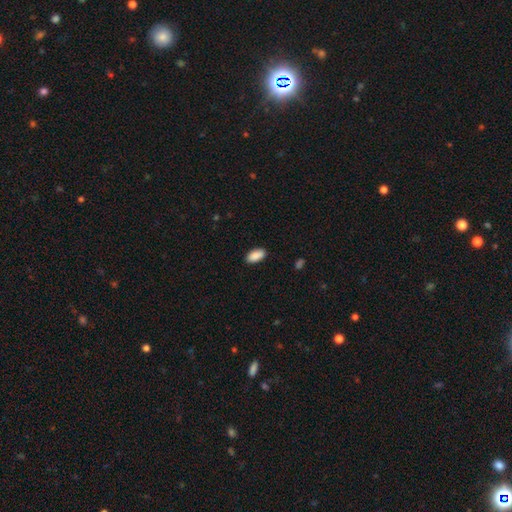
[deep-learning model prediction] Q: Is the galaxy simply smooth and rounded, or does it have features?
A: smooth — 90%.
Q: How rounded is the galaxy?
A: in between — 92%.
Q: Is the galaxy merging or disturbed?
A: none — 88%.